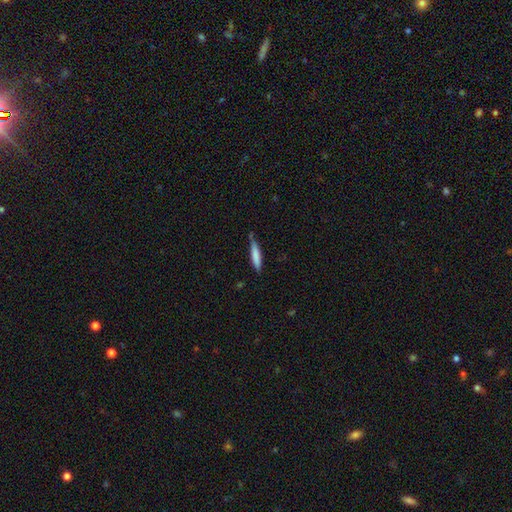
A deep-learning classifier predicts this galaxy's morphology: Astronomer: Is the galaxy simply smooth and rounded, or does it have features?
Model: smooth — 77%.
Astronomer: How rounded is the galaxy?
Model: cigar-shaped — 88%.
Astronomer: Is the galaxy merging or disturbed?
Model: none — 71%.